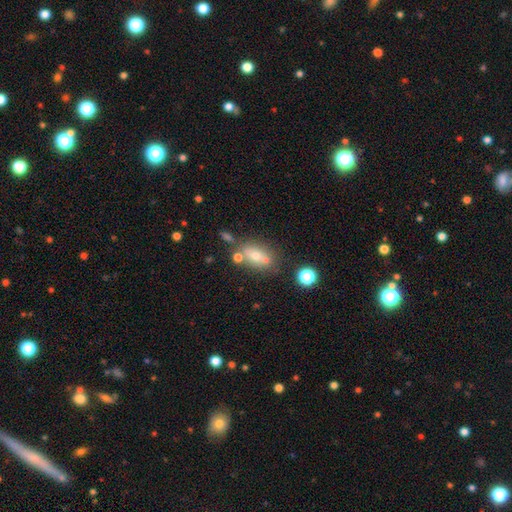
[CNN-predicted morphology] This appears to be a smooth galaxy with no disk features (57%) that is in between round and cigar-shaped (73%). Merging: none (58%).